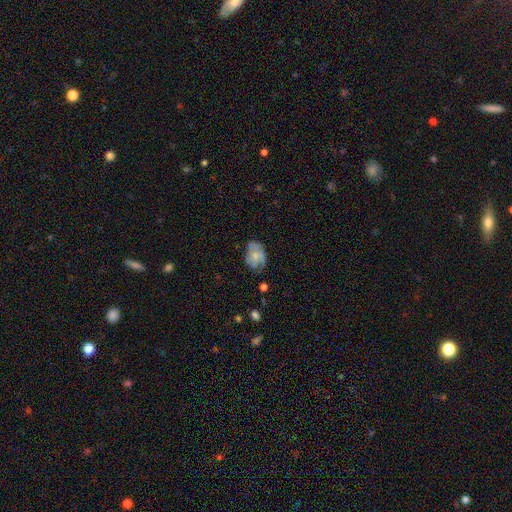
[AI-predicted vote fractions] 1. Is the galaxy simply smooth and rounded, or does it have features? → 52% smooth, 40% featured or disk, 8% star or artifact.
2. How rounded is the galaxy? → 72% in between, 26% round, 1% cigar-shaped.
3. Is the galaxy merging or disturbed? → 54% none, 30% minor disturbance, 14% major disturbance, 2% merger.